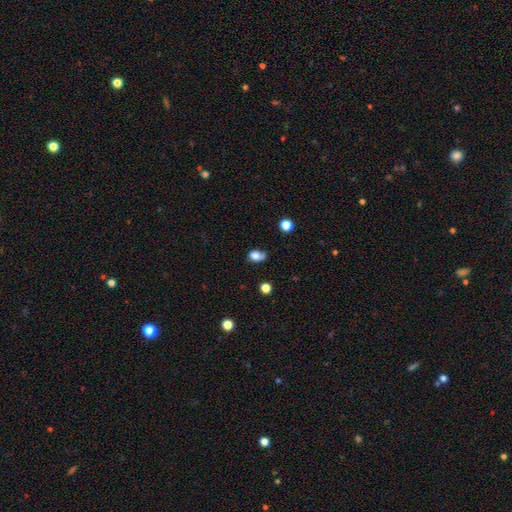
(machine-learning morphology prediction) Smooth or featured?
  - smooth: 79% *
  - star or artifact: 11%
  - featured or disk: 10%
How rounded?
  - in between: 77% *
  - round: 21%
  - cigar-shaped: 2%
Merging?
  - none: 47% *
  - minor disturbance: 36%
  - major disturbance: 13%
  - merger: 4%